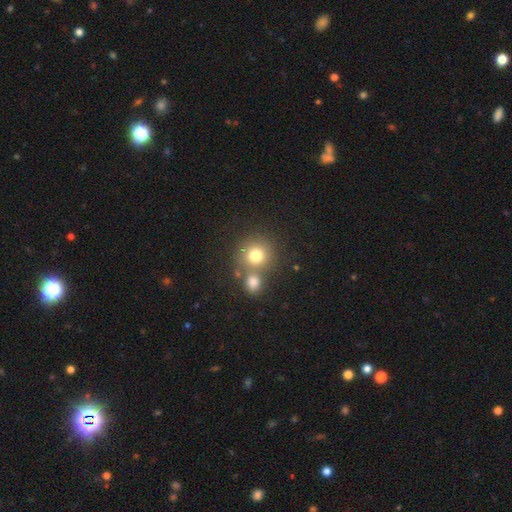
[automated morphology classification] smooth-or-featured: smooth: 76% | star or artifact: 12% | featured or disk: 11%
  how-rounded: round: 89% | in between: 11% | cigar-shaped: 1%
  merging: none: 55% | merger: 33% | minor disturbance: 8% | major disturbance: 3%